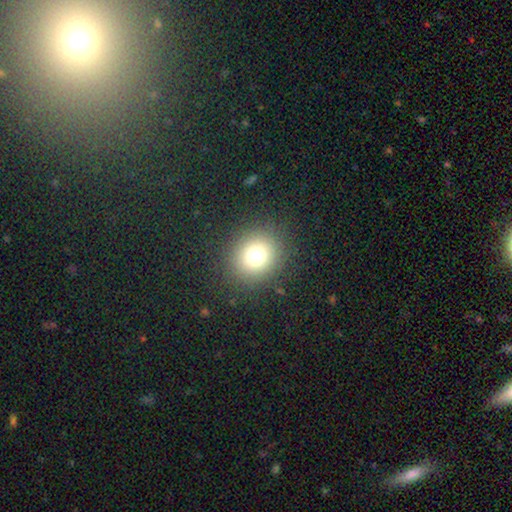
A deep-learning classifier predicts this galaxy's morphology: This is likely a smooth galaxy (74%). How rounded: clearly round (86%). Merging: clearly none (87%).